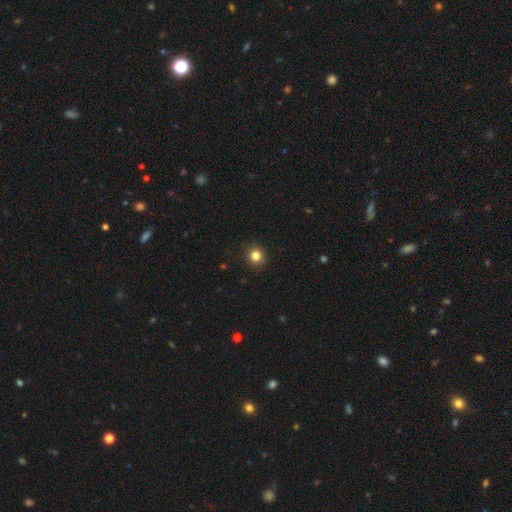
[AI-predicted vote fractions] Overall: smooth (82%). How rounded: round (90%). Merging: none (92%).